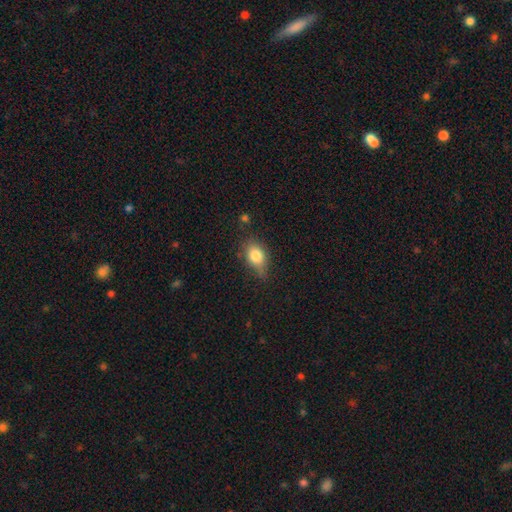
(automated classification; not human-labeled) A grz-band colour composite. It shows a smooth galaxy with no disk features (81%) that is in between round and cigar-shaped (76%). Merging: none (62%).